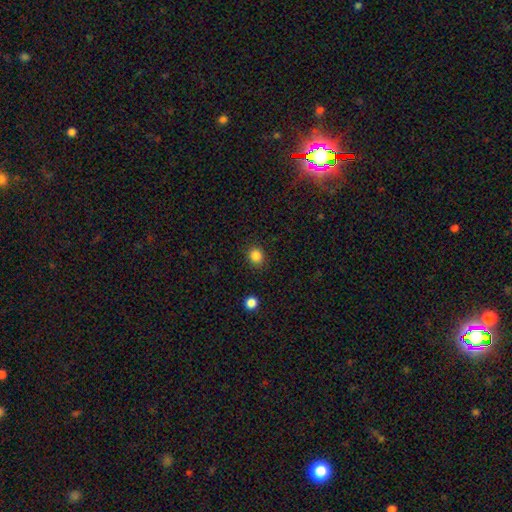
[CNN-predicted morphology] type=smooth (85%); roundness=round (80%); merging=none (89%).